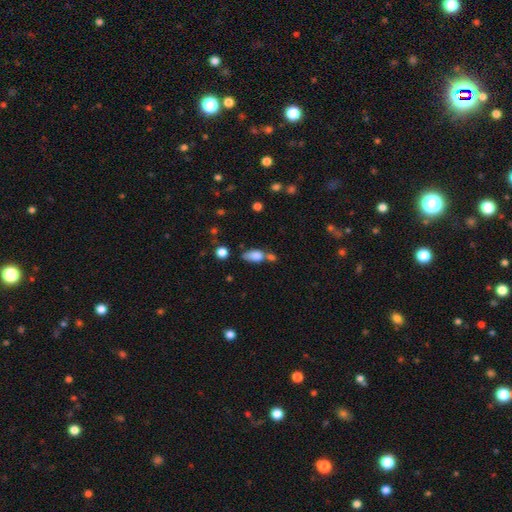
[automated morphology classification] Q: Smooth or featured?
A: smooth (80%); runner-up: featured or disk (11%)
Q: How rounded?
A: in between (83%); runner-up: cigar-shaped (10%)
Q: Merging?
A: none (38%); runner-up: merger (33%)